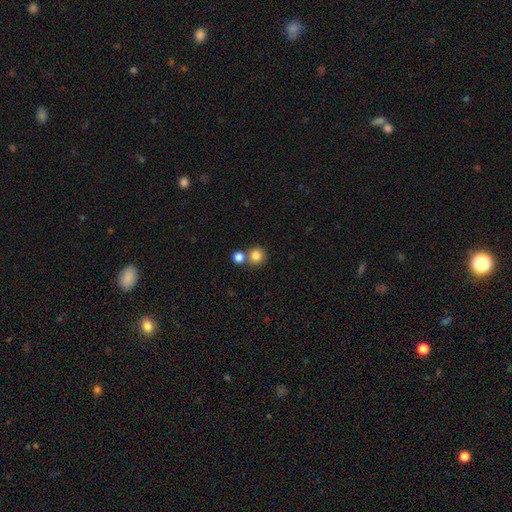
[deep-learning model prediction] Smooth or featured?
  - smooth: 83% *
  - star or artifact: 11%
  - featured or disk: 6%
How rounded?
  - round: 92% *
  - in between: 7%
  - cigar-shaped: 1%
Merging?
  - none: 63% *
  - merger: 28%
  - minor disturbance: 7%
  - major disturbance: 2%